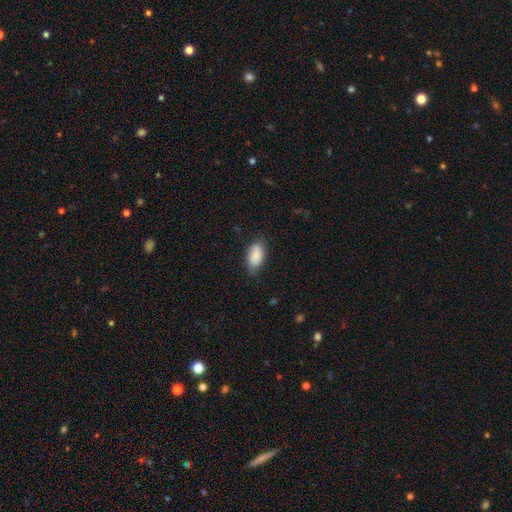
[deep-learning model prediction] This appears to be a smooth galaxy with no disk features (82%) that is in between round and cigar-shaped (92%). Merging: none (70%).